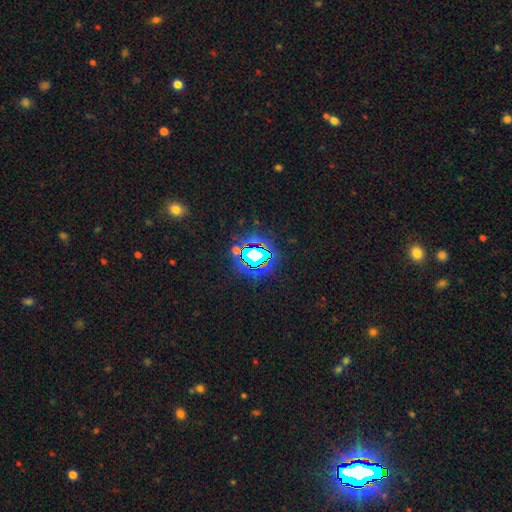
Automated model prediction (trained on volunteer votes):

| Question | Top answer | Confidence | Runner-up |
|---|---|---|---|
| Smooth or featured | star or artifact | 71% | smooth (16%) |